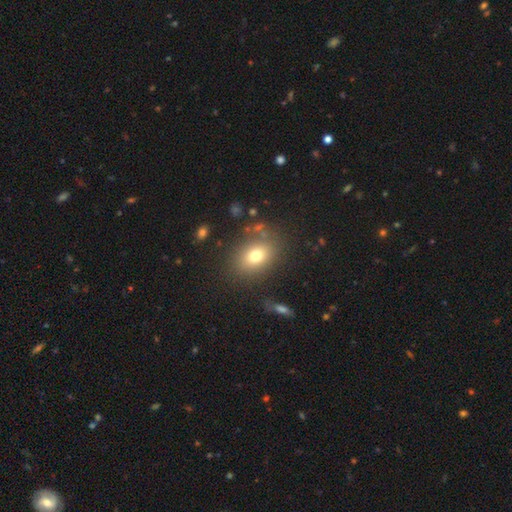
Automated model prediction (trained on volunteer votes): Morphology: type=smooth (74%); roundness=in between (63%); merging=none (79%).